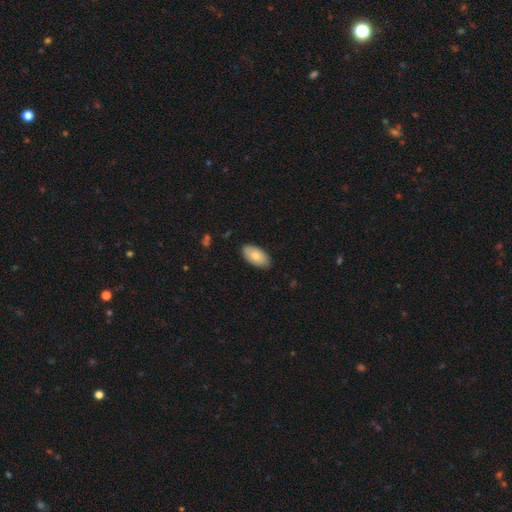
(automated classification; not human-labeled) Smooth or featured: smooth — 77% (featured or disk — 17%)
How rounded: in between — 95% (round — 3%)
Merging: none — 86% (minor disturbance — 11%)